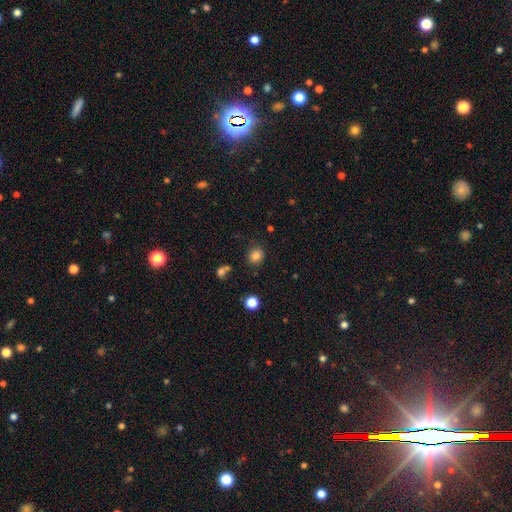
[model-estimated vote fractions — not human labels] A smooth galaxy with no disk features (83%) that is round (74%).

Vote fractions:
- Smooth or featured? smooth: 83% / star or artifact: 12% / featured or disk: 5%
- How rounded? round: 74% / in between: 25% / cigar-shaped: 1%
- Merging? none: 81% / minor disturbance: 11% / merger: 4% / major disturbance: 4%